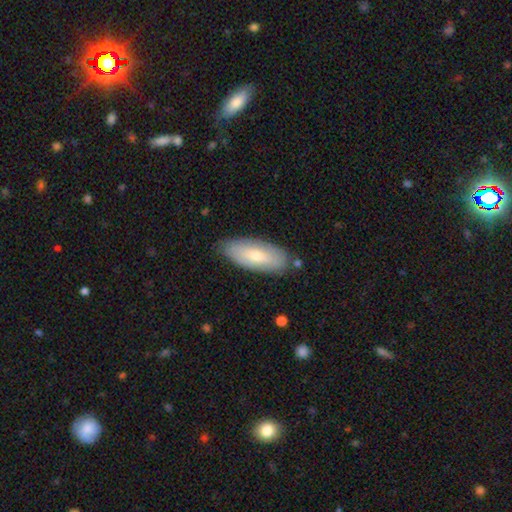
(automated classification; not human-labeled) Smooth or featured?
  - smooth: 66% *
  - featured or disk: 28%
  - star or artifact: 6%
How rounded?
  - in between: 81% *
  - cigar-shaped: 17%
  - round: 2%
Merging?
  - none: 81% *
  - minor disturbance: 14%
  - major disturbance: 3%
  - merger: 2%